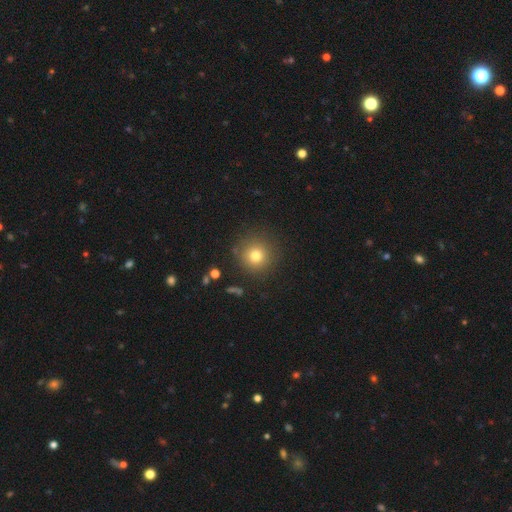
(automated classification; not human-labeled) Overall: smooth (78%). How rounded: round (94%). Merging: none (86%).